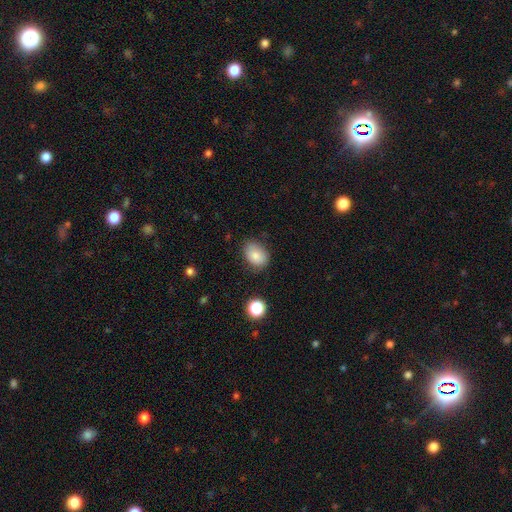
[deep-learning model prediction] Q: Smooth or featured?
A: smooth (83%); runner-up: star or artifact (9%)
Q: How rounded?
A: in between (73%); runner-up: round (26%)
Q: Merging?
A: none (73%); runner-up: minor disturbance (21%)